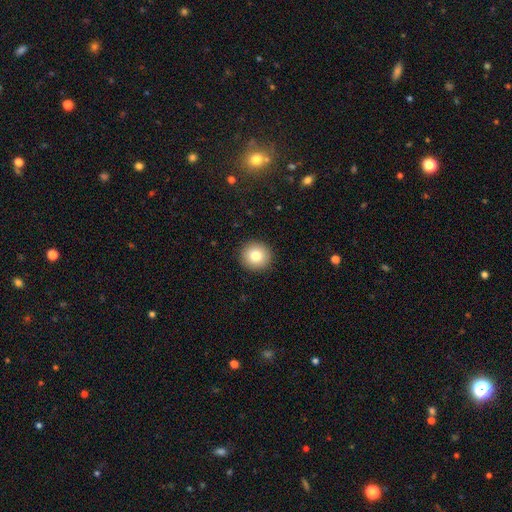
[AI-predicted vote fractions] This appears to be a smooth galaxy with no disk features (80%) that is round (94%). Merging: none (93%).